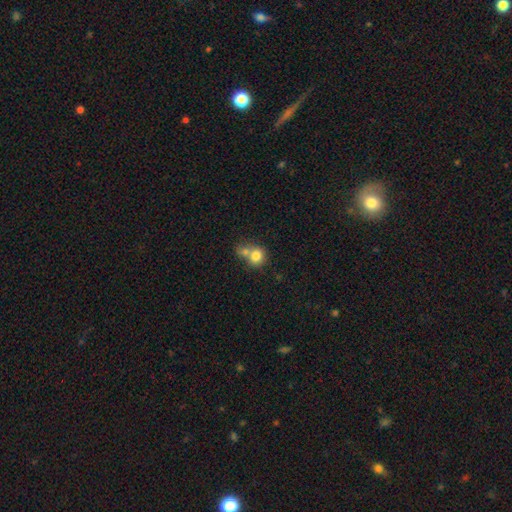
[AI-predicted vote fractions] Q: Smooth or featured?
A: smooth (77%); runner-up: featured or disk (13%)
Q: How rounded?
A: round (78%); runner-up: in between (21%)
Q: Merging?
A: merger (52%); runner-up: none (34%)